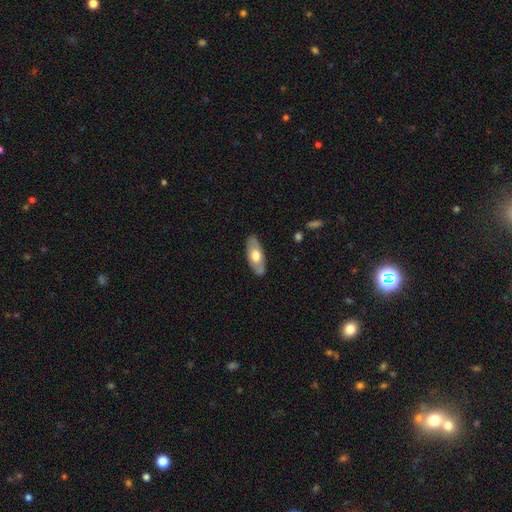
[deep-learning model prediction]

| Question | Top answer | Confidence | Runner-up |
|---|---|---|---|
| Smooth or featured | smooth | 52% | featured or disk (43%) |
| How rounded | in between | 82% | cigar-shaped (15%) |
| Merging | none | 84% | minor disturbance (12%) |